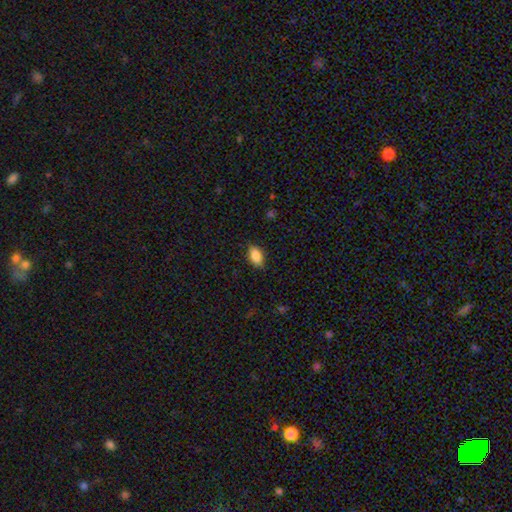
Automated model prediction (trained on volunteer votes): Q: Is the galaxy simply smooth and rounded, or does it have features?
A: smooth — 86%.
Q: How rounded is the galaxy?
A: in between — 90%.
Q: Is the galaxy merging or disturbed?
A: none — 84%.